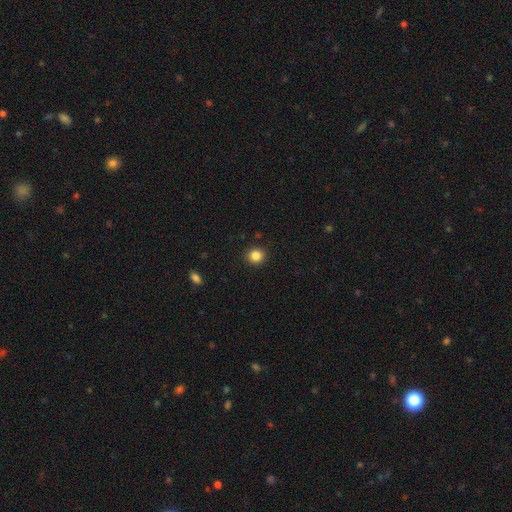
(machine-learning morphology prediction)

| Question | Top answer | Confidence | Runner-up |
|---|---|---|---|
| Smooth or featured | smooth | 85% | star or artifact (11%) |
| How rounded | round | 91% | in between (8%) |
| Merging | none | 92% | minor disturbance (5%) |